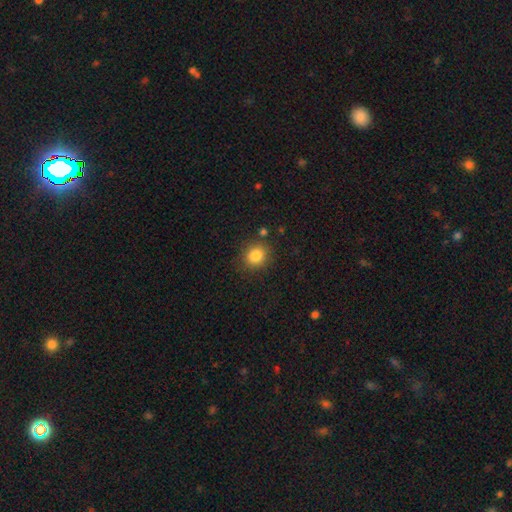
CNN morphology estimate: The model was most divided on "how rounded": round: 75%, in between: 24%, cigar-shaped: 1%. More confident: merging — none (84%); smooth or featured — smooth (84%).